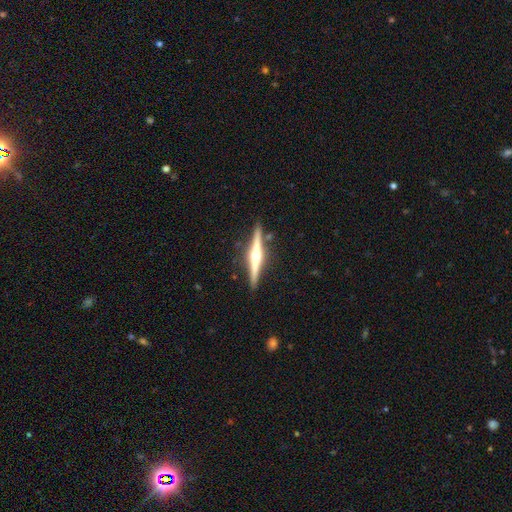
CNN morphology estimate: Overall: featured or disk (79%). Edge-on disk: yes (98%). Edge-on bulge: rounded (93%). Merging: none (88%).